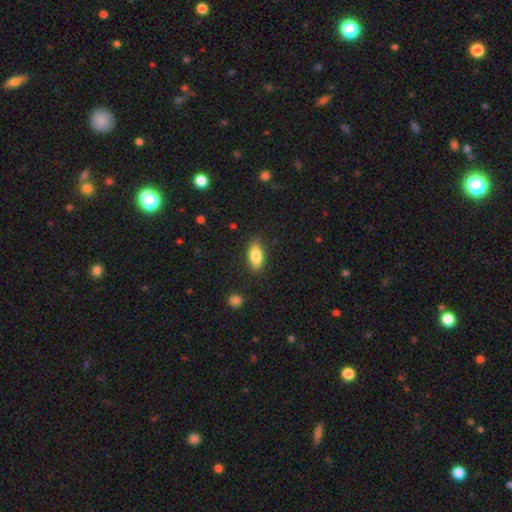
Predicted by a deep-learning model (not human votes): Morphology: type=smooth (80%); roundness=in between (81%); merging=none (84%).